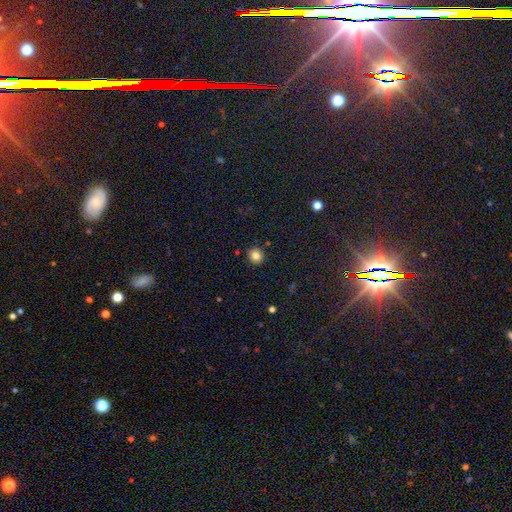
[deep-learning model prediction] A smooth galaxy with no disk features (83%) that is round (88%). Merging: none (89%).